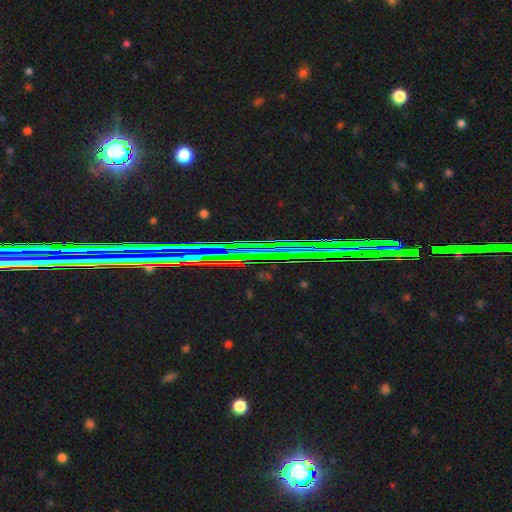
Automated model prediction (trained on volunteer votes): Smooth or featured? star or artifact (77%)